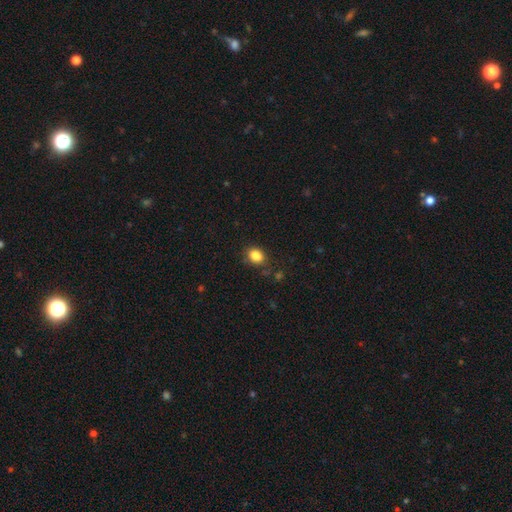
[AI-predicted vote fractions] Q: Smooth or featured?
A: smooth (86%); runner-up: star or artifact (10%)
Q: How rounded?
A: in between (64%); runner-up: round (35%)
Q: Merging?
A: none (79%); runner-up: minor disturbance (15%)